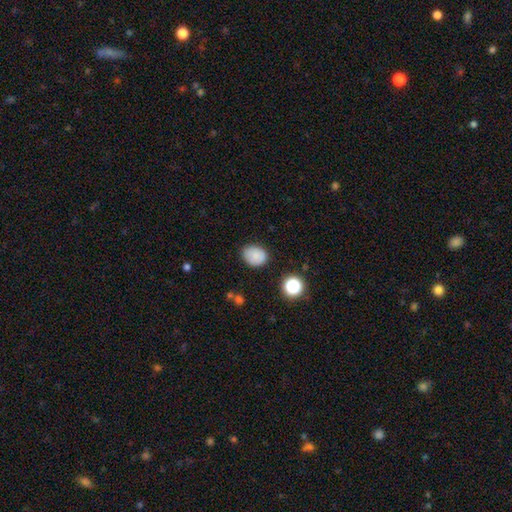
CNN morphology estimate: The model was most divided on "how rounded": in between: 51%, round: 48%, cigar-shaped: 1%. More confident: smooth or featured — smooth (81%); merging — none (80%).